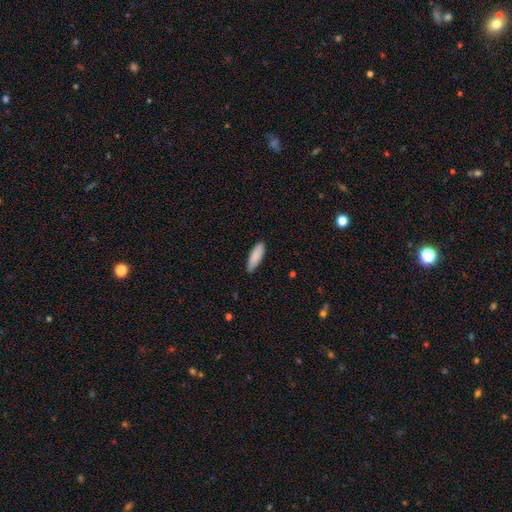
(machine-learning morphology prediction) This is clearly a smooth galaxy (88%). How rounded: possibly in between (50%). Merging: clearly none (86%).